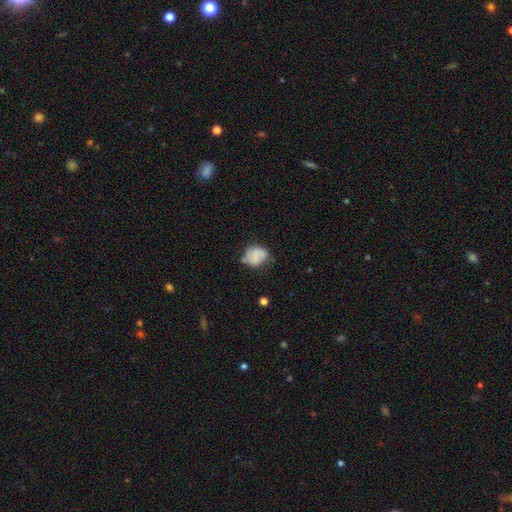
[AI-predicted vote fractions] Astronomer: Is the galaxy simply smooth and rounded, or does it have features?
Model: smooth — 55% (runner-up: featured or disk, 36%).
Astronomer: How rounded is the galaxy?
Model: round — 60% (runner-up: in between, 39%).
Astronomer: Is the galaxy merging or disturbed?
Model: none — 52% (runner-up: minor disturbance, 31%).